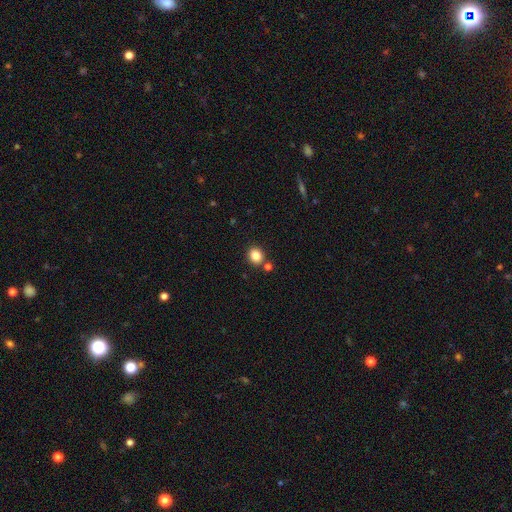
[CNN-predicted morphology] A smooth galaxy with no disk features (85%) that is round (69%).

Vote fractions:
- Smooth or featured? smooth: 85% / star or artifact: 10% / featured or disk: 5%
- How rounded? round: 69% / in between: 30% / cigar-shaped: 1%
- Merging? none: 79% / merger: 10% / minor disturbance: 8% / major disturbance: 2%